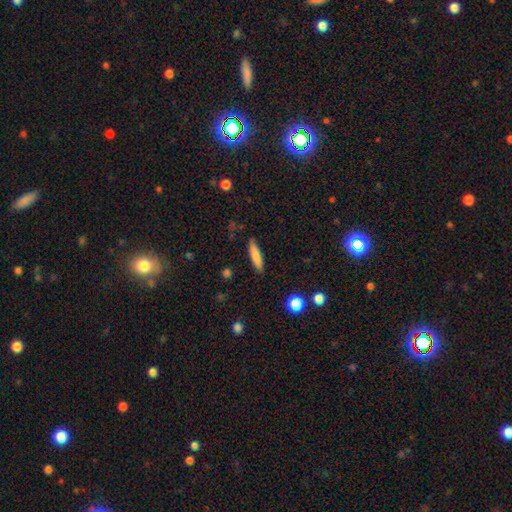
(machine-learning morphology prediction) This appears to be a smooth galaxy with no disk features (78%) that is cigar-shaped (81%). Merging: none (85%).